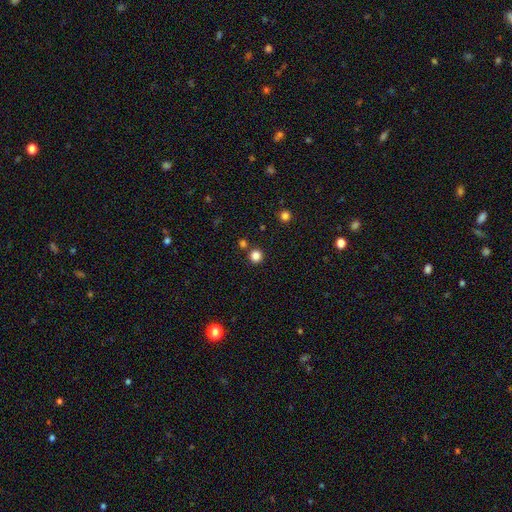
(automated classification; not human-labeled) This appears to be a smooth galaxy with no disk features (83%) that is round (94%). Merging: none (85%).